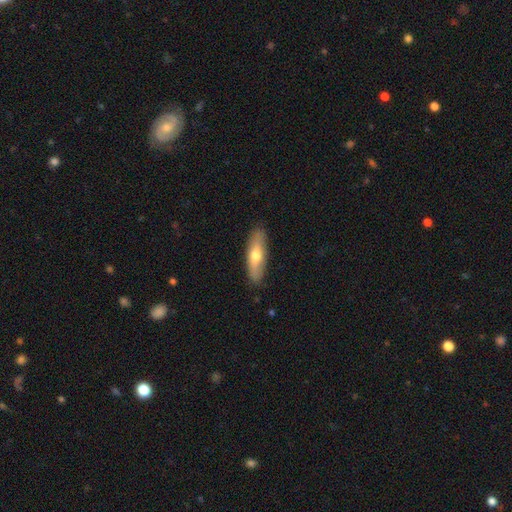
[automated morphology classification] A smooth galaxy with no disk features (61%) that is cigar-shaped (54%).

Vote fractions:
- Smooth or featured? smooth: 61% / featured or disk: 34% / star or artifact: 6%
- How rounded? cigar-shaped: 54% / in between: 44% / round: 2%
- Merging? none: 86% / minor disturbance: 11% / major disturbance: 2% / merger: 1%